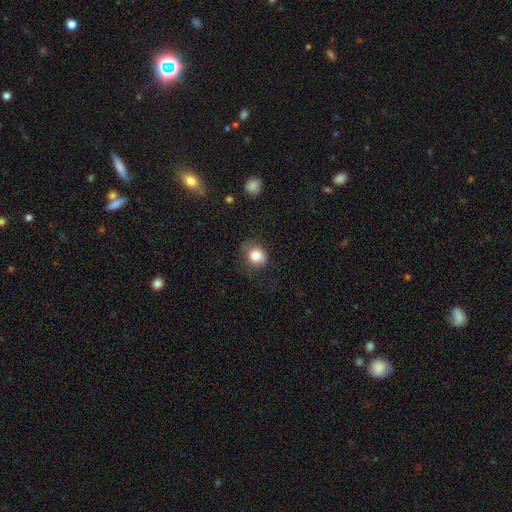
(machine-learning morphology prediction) This appears to be a smooth galaxy with no disk features (82%) that is round (68%). Merging: none (64%).